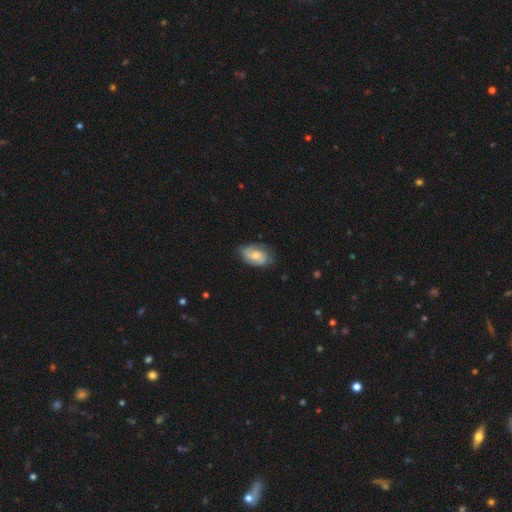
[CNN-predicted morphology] This appears to be a smooth galaxy with no disk features (47%). Merging: none (66%).